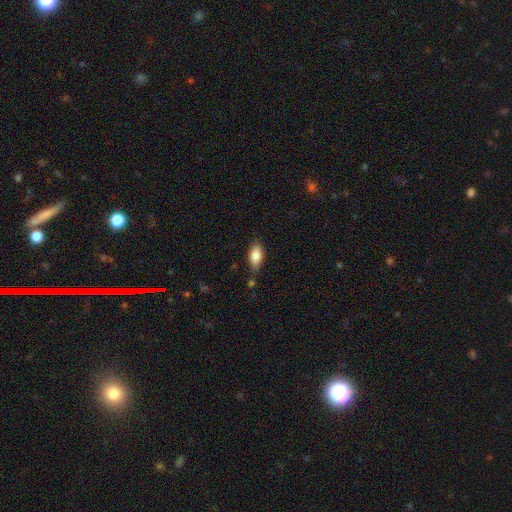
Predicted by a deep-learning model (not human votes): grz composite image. It shows a smooth galaxy with no disk features (82%) that is in between round and cigar-shaped (88%). Merging: none (72%).